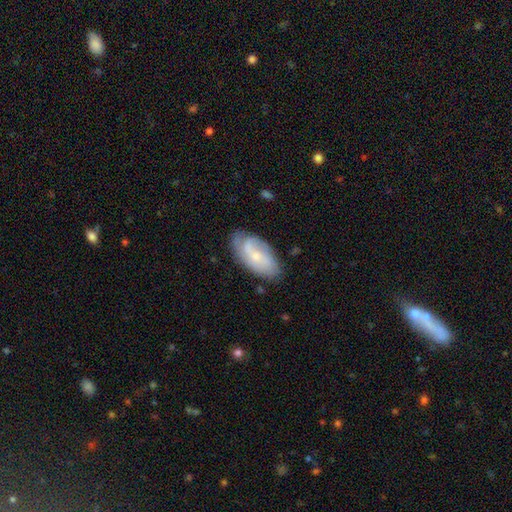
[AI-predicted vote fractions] Smooth or featured? Predicted: featured or disk (p=0.55). Edge-on disk? Predicted: no (p=0.93). Bar? Predicted: no (p=0.66). Spiral arms? Predicted: yes (p=0.83). Bulge size? Predicted: small (p=0.63). Merging? Predicted: none (p=0.68).